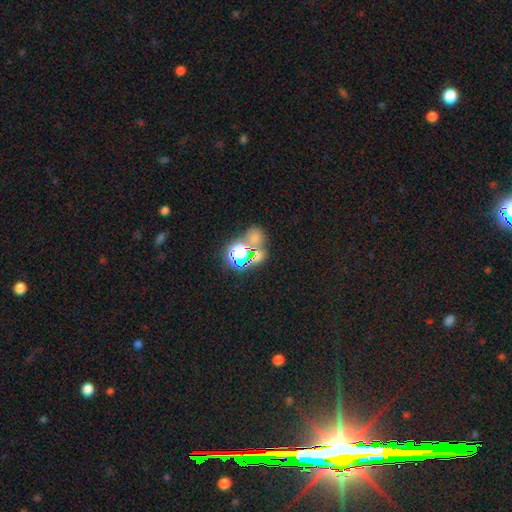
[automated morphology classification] type=star or artifact (57%).